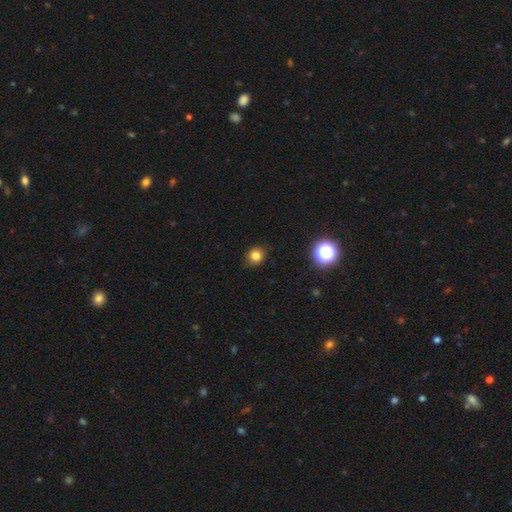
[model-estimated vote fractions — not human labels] smooth 81%, star or artifact 14%, featured or disk 5%. Down the decision tree: how rounded — round (85%); merging — none (85%).